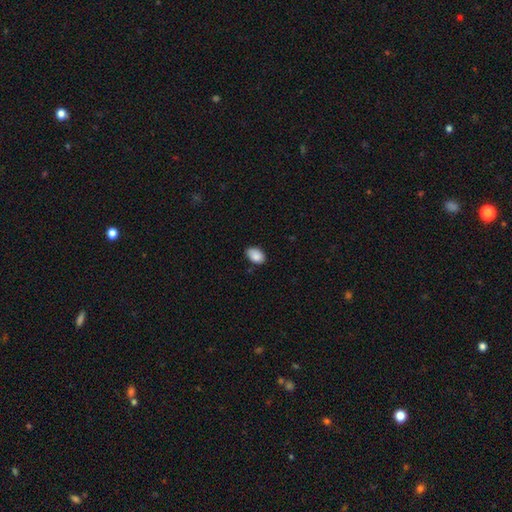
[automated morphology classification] A smooth galaxy with no disk features (88%) that is in between round and cigar-shaped (88%). Merging: none (79%).